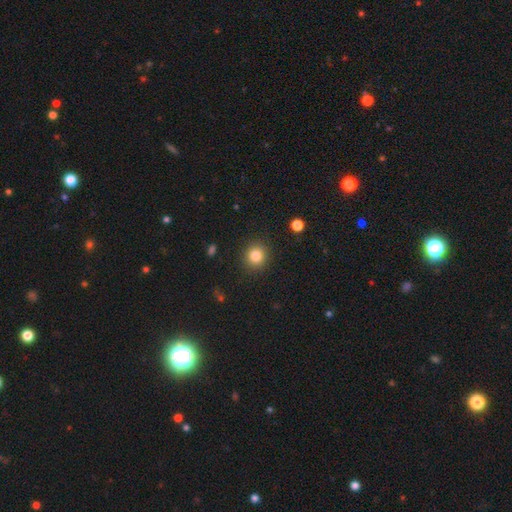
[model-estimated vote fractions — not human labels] Overall: smooth (83%). How rounded: round (89%). Merging: none (90%).